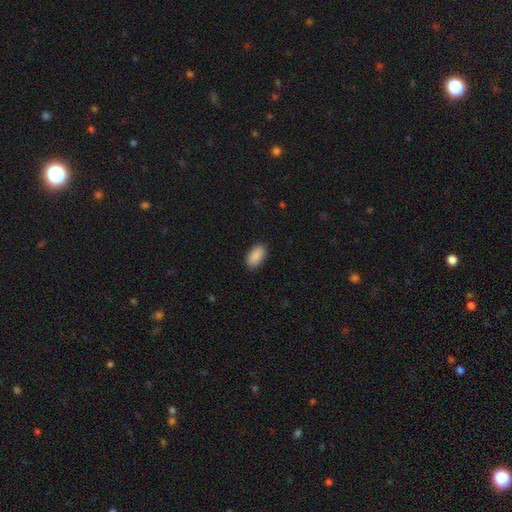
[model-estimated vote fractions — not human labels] This is clearly a smooth galaxy (90%). How rounded: clearly in between (94%). Merging: clearly none (87%).